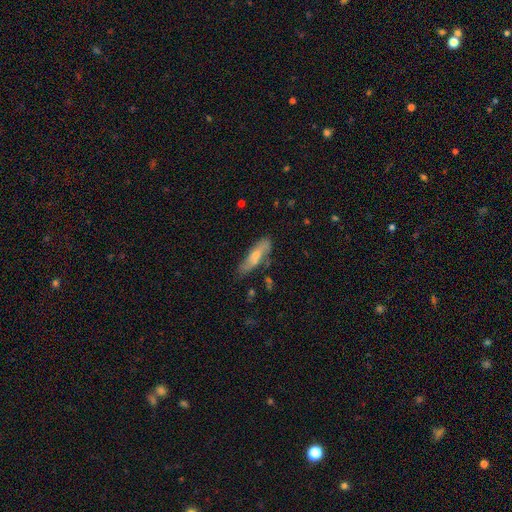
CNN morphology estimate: This appears to be a smooth galaxy with no disk features (59%) that is cigar-shaped (56%). Merging: none (65%).